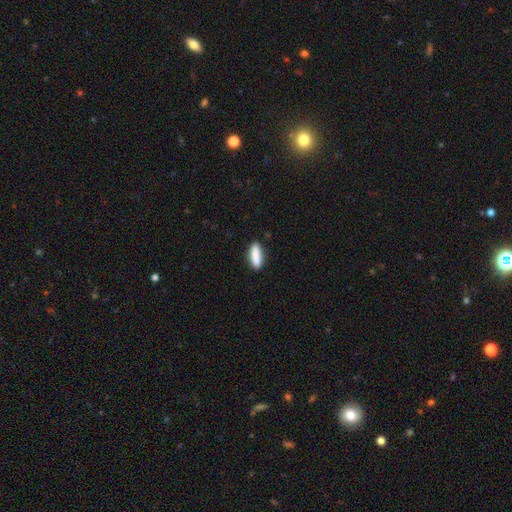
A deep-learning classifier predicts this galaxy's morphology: Smooth or featured: smooth — 87% (featured or disk — 7%)
How rounded: in between — 53% (cigar-shaped — 45%)
Merging: none — 87% (minor disturbance — 10%)